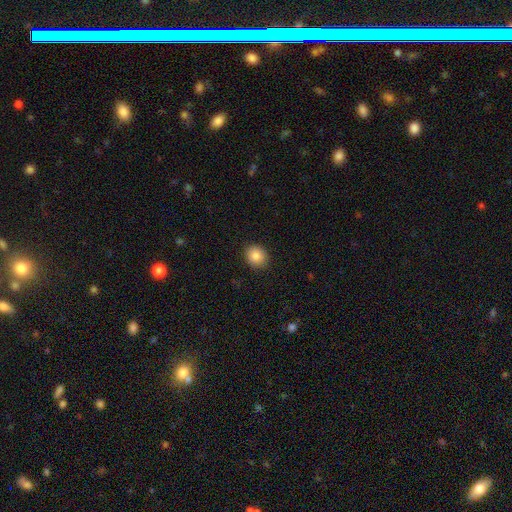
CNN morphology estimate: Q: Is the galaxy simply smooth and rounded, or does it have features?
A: smooth — 86%.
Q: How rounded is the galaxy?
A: round — 68%.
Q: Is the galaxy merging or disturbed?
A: none — 89%.